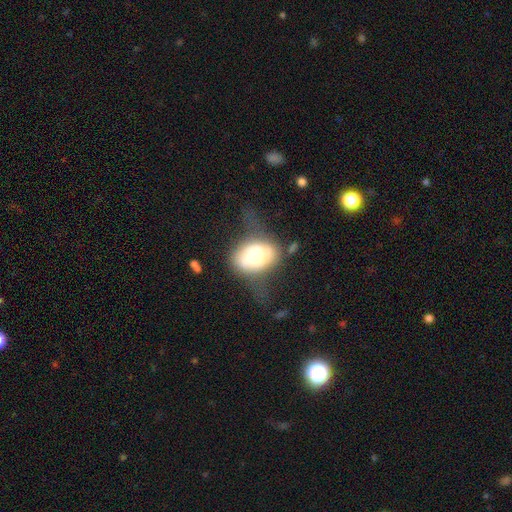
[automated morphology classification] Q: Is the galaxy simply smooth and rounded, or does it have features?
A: smooth — 58%.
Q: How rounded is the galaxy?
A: in between — 74%.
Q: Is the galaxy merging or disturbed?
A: none — 35%.